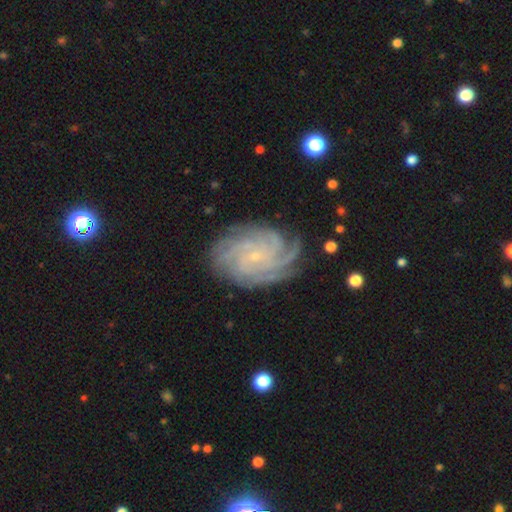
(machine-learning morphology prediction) The model was most divided on "spiral arm count": more than 4: 33%, 4: 29%, can't tell: 14%, 3: 10%, 2: 7%, 1: 7%. More confident: spiral arms — yes (98%); edge-on disk — no (97%); smooth or featured — featured or disk (88%); bulge size — small (86%); merging — none (82%); spiral winding — tight (76%); bar — no (71%).